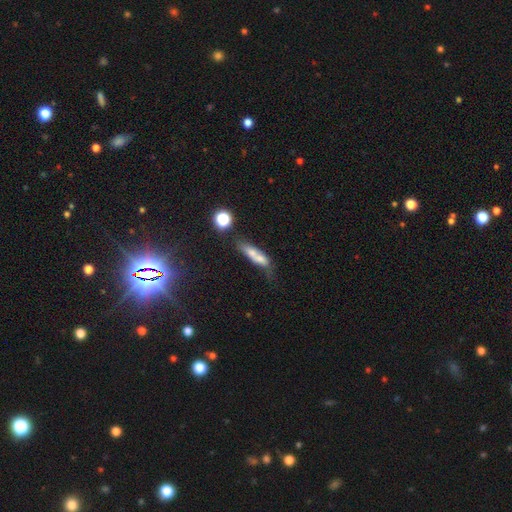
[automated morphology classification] smooth-or-featured: smooth: 58% | featured or disk: 30% | star or artifact: 12%
  how-rounded: cigar-shaped: 54% | in between: 40% | round: 5%
  merging: merger: 37% | none: 31% | minor disturbance: 19% | major disturbance: 13%